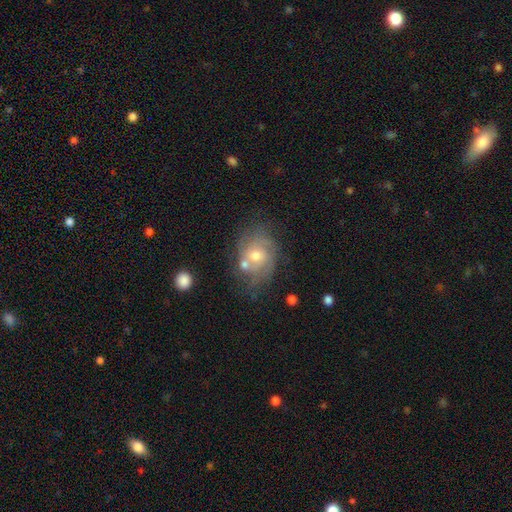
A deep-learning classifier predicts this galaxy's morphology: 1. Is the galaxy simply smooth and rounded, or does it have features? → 69% featured or disk, 22% smooth, 9% star or artifact.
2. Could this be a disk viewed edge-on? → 97% no, 3% yes.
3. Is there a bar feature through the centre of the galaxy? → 73% no, 24% weak, 3% strong.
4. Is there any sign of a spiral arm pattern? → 85% yes, 15% no.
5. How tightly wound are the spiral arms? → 53% tight, 36% medium, 11% loose.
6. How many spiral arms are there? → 40% can't tell, 23% 2, 21% 3, 7% 4, 5% 1, 4% more than 4.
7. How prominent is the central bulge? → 62% moderate, 31% small, 4% large, 2% none, 1% dominant.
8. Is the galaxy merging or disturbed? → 54% none, 21% minor disturbance, 15% merger, 11% major disturbance.